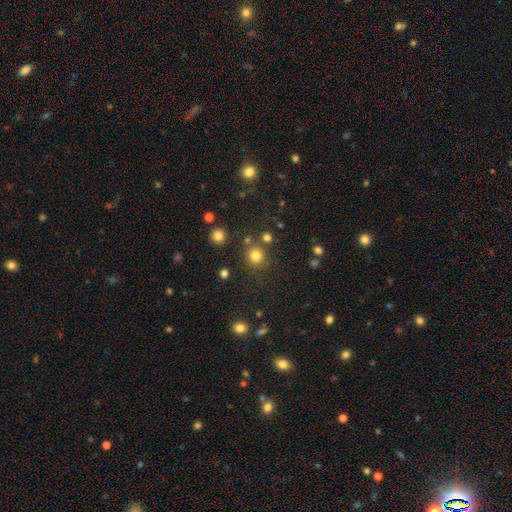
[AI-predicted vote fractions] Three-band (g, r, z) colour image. It shows a smooth galaxy with no disk features (78%) that is round (91%). Merging: none (79%).